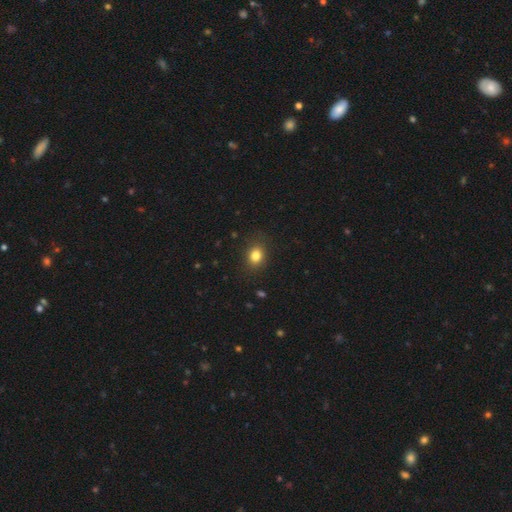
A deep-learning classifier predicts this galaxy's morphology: type=smooth (82%); roundness=round (53%); merging=none (85%).